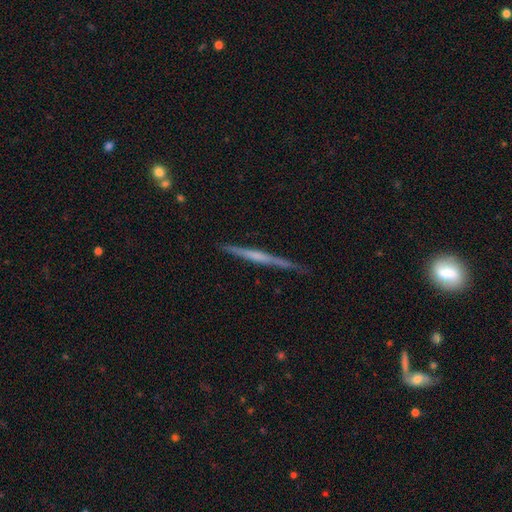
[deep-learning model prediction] Smooth or featured? featured or disk (64%)
Edge-on disk? yes (98%)
Edge-on bulge? none (57%)
Merging? none (87%)